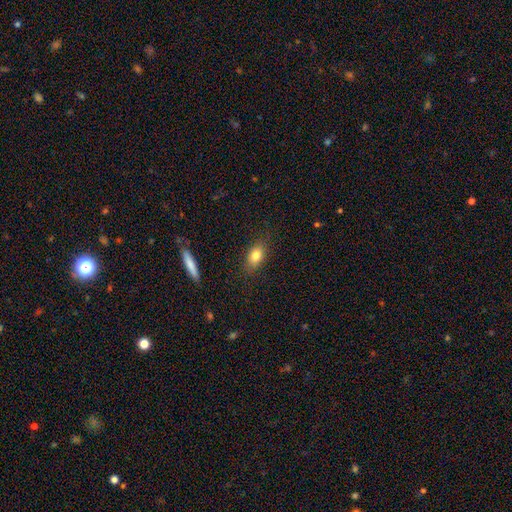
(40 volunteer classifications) Morphology: type=smooth (80%); roundness=in between (88%); merging=none (92%).